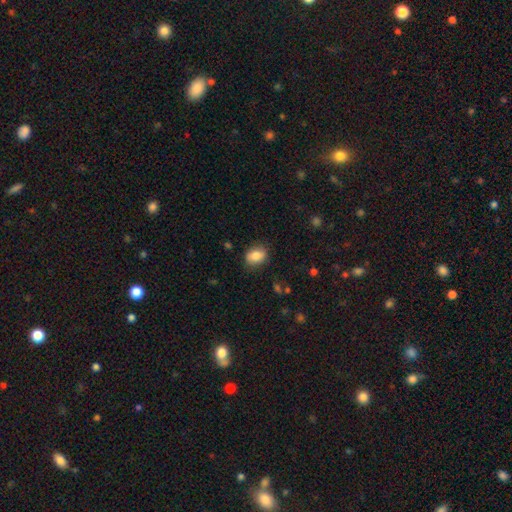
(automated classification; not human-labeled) smooth_or_featured: smooth (p=0.84) [alt: featured or disk p=0.08]
how_rounded: in between (p=0.69) [alt: round p=0.29]
merging: none (p=0.82) [alt: minor disturbance p=0.13]